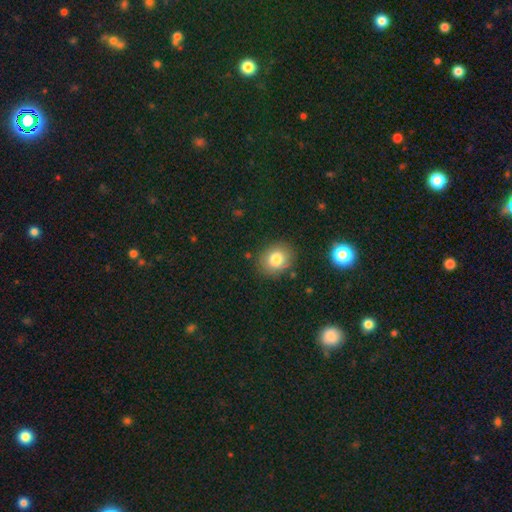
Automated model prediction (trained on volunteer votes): Smooth or featured?
  - smooth: 73% *
  - star or artifact: 21%
  - featured or disk: 6%
How rounded?
  - round: 78% *
  - in between: 20%
  - cigar-shaped: 1%
Merging?
  - none: 89% *
  - minor disturbance: 7%
  - major disturbance: 2%
  - merger: 2%